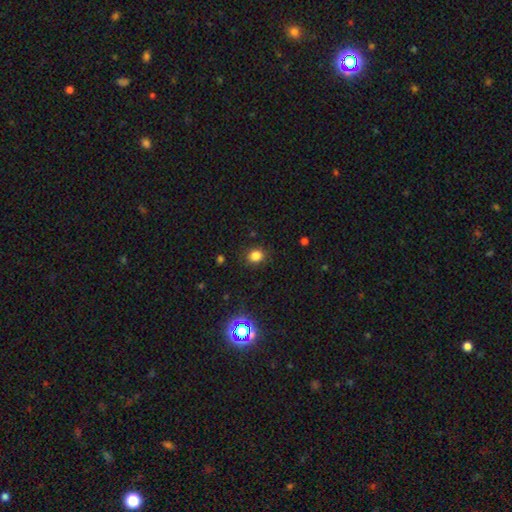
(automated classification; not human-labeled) The model was most divided on "how rounded": round: 76%, in between: 23%, cigar-shaped: 1%. More confident: merging — none (87%); smooth or featured — smooth (81%).